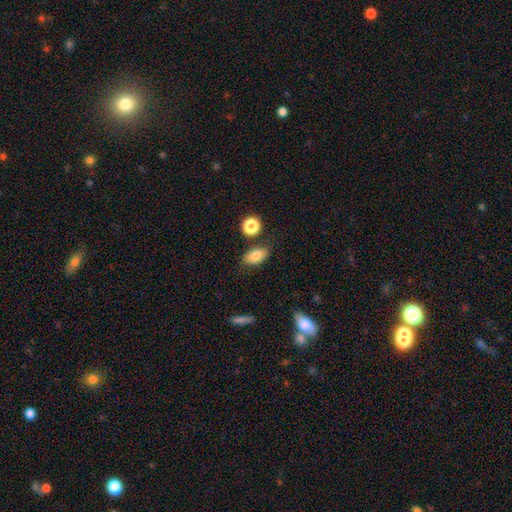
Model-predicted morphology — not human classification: Smooth or featured: smooth — 82% (featured or disk — 9%)
How rounded: in between — 87% (round — 9%)
Merging: none — 78% (minor disturbance — 13%)